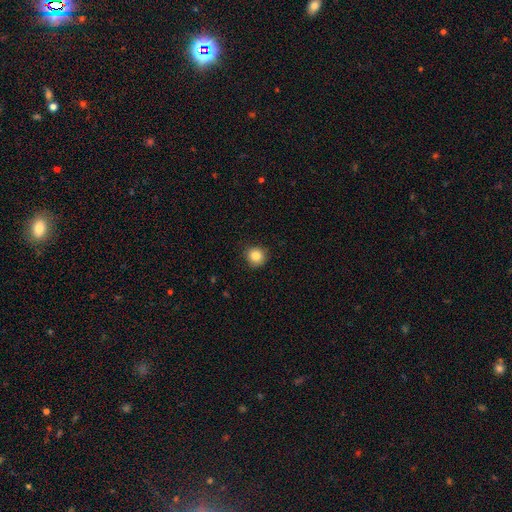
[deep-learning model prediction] A smooth galaxy with no disk features (85%) that is round (92%). Merging: none (88%).